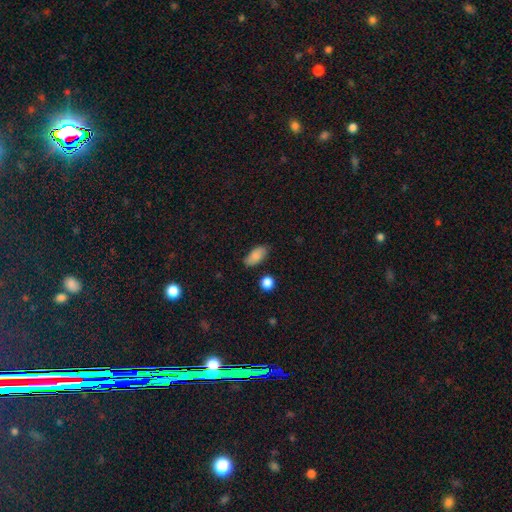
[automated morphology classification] The model was most divided on "merging": none: 80%, minor disturbance: 15%, major disturbance: 3%, merger: 2%. More confident: how rounded — in between (91%); smooth or featured — smooth (83%).